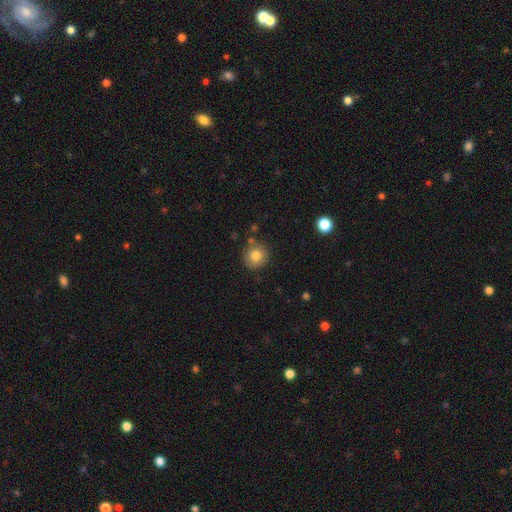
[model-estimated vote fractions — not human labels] This appears to be a smooth galaxy with no disk features (80%) that is round (92%). Merging: none (83%).